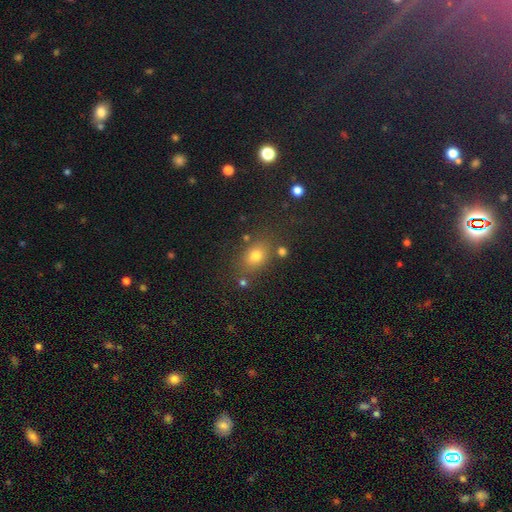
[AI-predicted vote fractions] smooth-or-featured: smooth: 71% | star or artifact: 19% | featured or disk: 10%
  how-rounded: in between: 54% | round: 45% | cigar-shaped: 2%
  merging: none: 76% | minor disturbance: 12% | merger: 7% | major disturbance: 5%